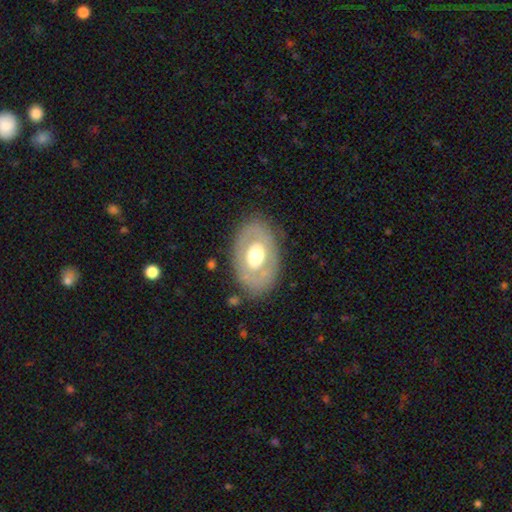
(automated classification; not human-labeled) smooth-or-featured: featured or disk: 50% | smooth: 44% | star or artifact: 6%
  merging: none: 79% | minor disturbance: 13% | major disturbance: 6% | merger: 2%